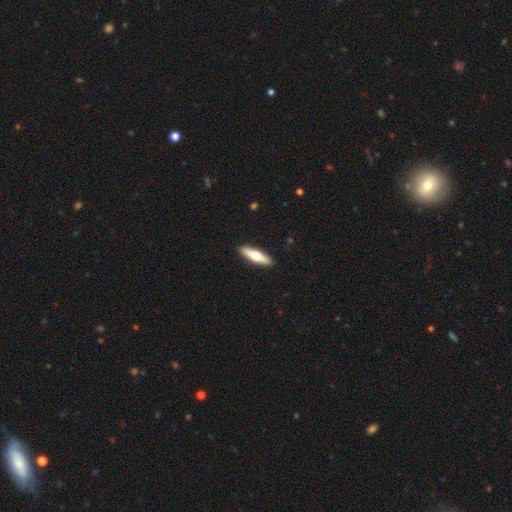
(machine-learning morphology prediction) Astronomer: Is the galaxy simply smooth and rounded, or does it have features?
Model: smooth — 48% (runner-up: featured or disk, 47%).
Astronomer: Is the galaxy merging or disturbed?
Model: none — 92%.